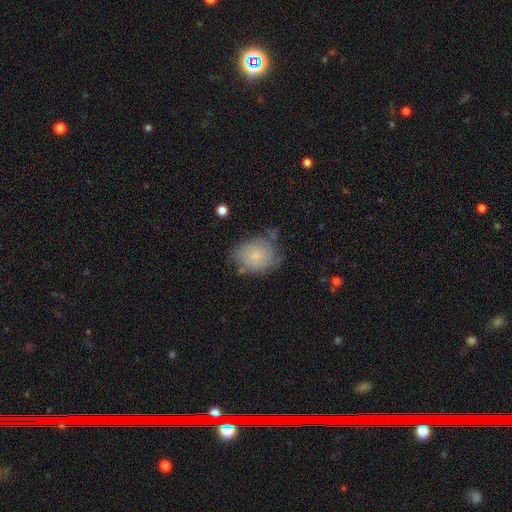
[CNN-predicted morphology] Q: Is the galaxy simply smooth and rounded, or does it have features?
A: smooth — 52%.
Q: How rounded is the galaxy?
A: in between — 50%.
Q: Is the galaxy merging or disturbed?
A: none — 50%.